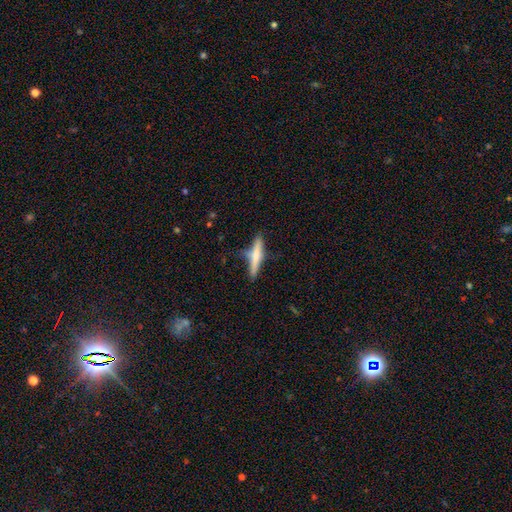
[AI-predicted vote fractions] A smooth galaxy with no disk features (57%) that is cigar-shaped (90%). Merging: none (73%).